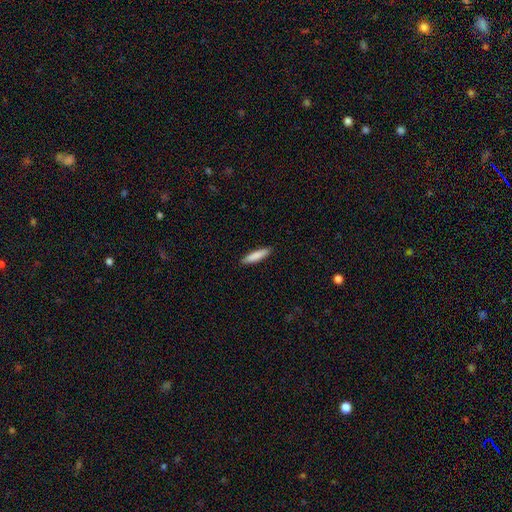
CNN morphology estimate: A smooth galaxy with no disk features (85%) that is cigar-shaped (83%). Merging: none (91%).